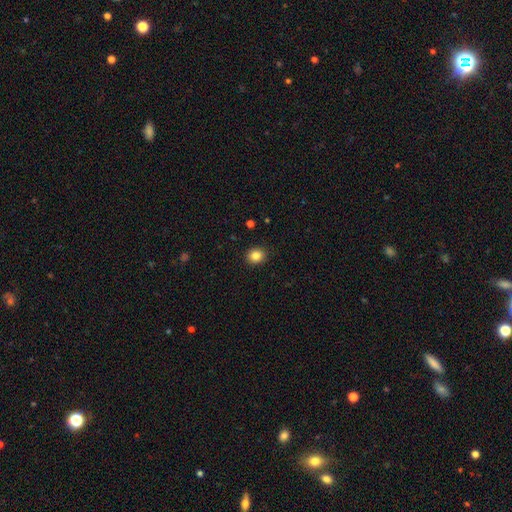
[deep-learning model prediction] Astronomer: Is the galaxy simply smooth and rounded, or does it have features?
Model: smooth — 85%.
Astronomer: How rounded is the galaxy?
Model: round — 69%.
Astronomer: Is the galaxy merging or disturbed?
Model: none — 91%.